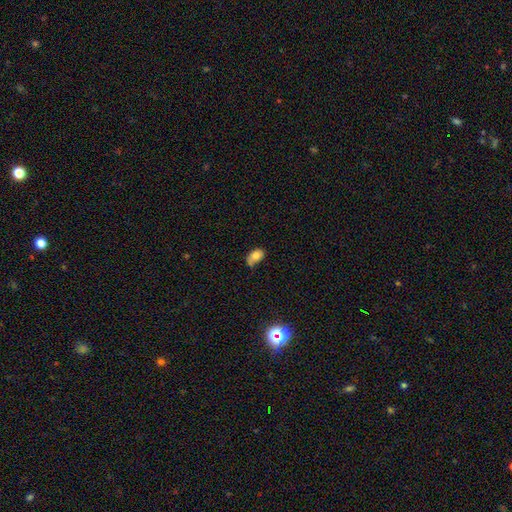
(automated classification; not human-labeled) The model was most divided on "merging": none: 44%, minor disturbance: 36%, major disturbance: 12%, merger: 7%. More confident: how rounded — in between (87%); smooth or featured — smooth (78%).